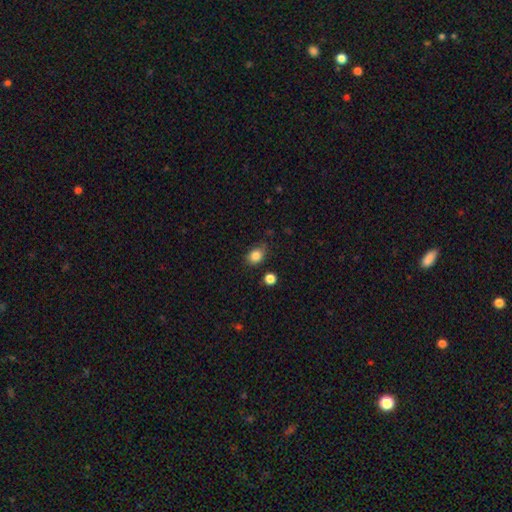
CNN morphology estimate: smooth 84%, star or artifact 10%, featured or disk 5%. Down the decision tree: how rounded — in between (50%); merging — none (73%).